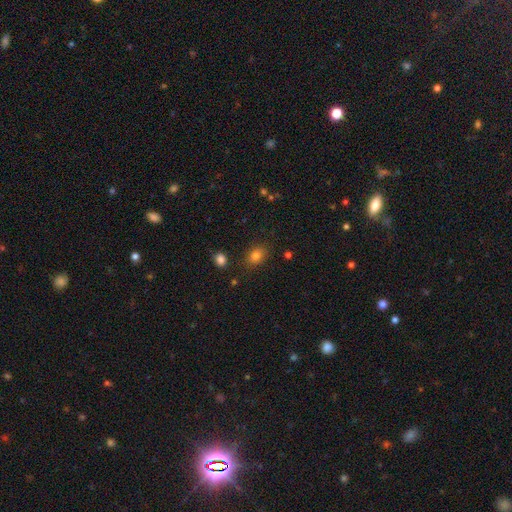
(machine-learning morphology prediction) Smooth or featured? Predicted: smooth (p=0.81). How rounded? Predicted: in between (p=0.64). Merging? Predicted: none (p=0.83).